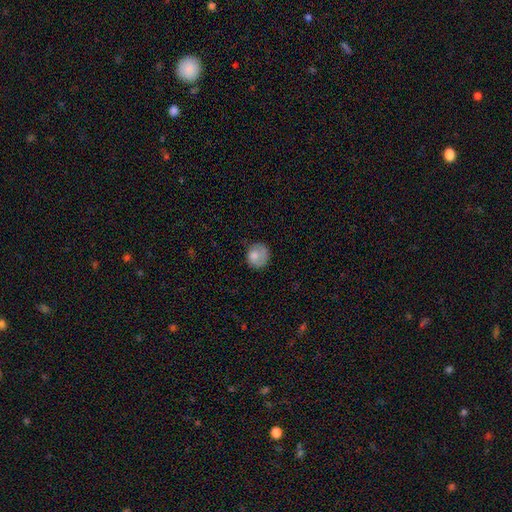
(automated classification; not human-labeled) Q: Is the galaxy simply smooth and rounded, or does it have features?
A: smooth — 78%.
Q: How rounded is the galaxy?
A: round — 79%.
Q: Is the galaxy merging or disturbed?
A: none — 60%.